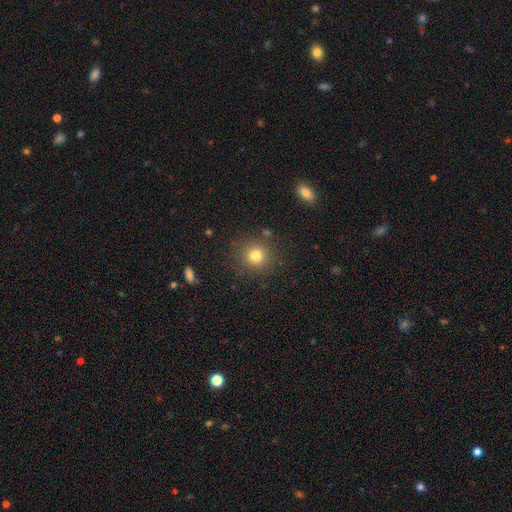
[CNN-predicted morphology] This appears to be a smooth galaxy with no disk features (79%) that is round (93%). Merging: none (87%).